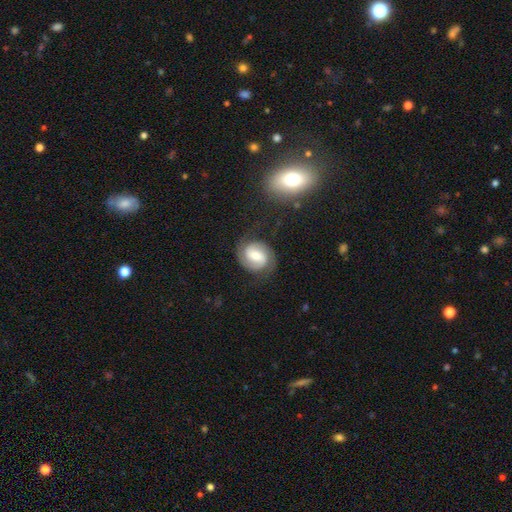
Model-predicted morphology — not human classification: Overall: featured or disk (73%). Edge-on disk: no (98%). Bar: weak (46%; strong 29%). Spiral arms: yes (94%). Spiral arm count: 2 (88%). Spiral winding: medium (45%; tight 38%). Bulge size: moderate (53%; small 35%). Merging: none (77%).